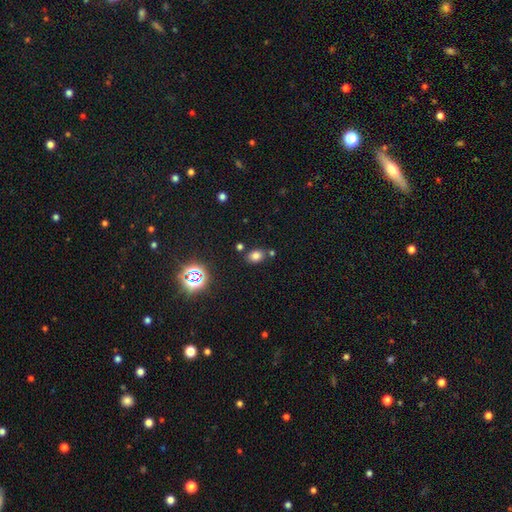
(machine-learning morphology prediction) Overall: smooth (75%). How rounded: in between (72%). Merging: none (75%).